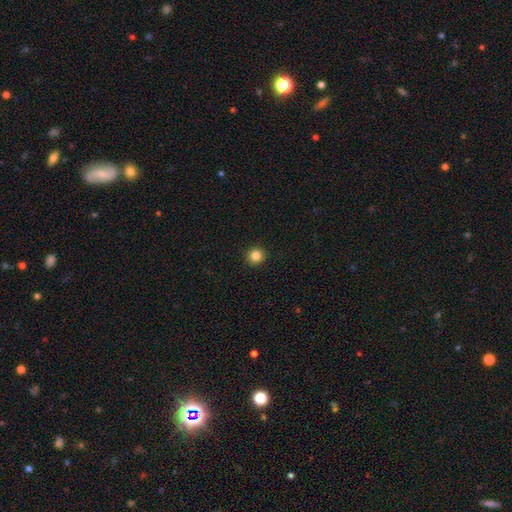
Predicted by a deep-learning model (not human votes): Smooth or featured?
  - smooth: 84% *
  - star or artifact: 12%
  - featured or disk: 4%
How rounded?
  - round: 93% *
  - in between: 6%
  - cigar-shaped: 1%
Merging?
  - none: 93% *
  - minor disturbance: 5%
  - major disturbance: 2%
  - merger: 1%